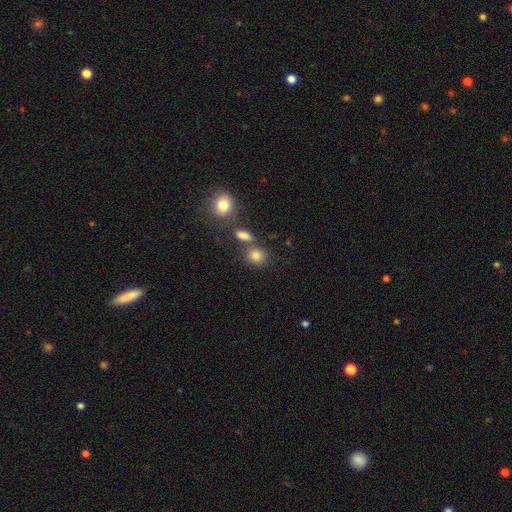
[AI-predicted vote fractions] Smooth or featured: smooth — 82% (star or artifact — 12%)
How rounded: round — 72% (in between — 27%)
Merging: none — 65% (merger — 21%)